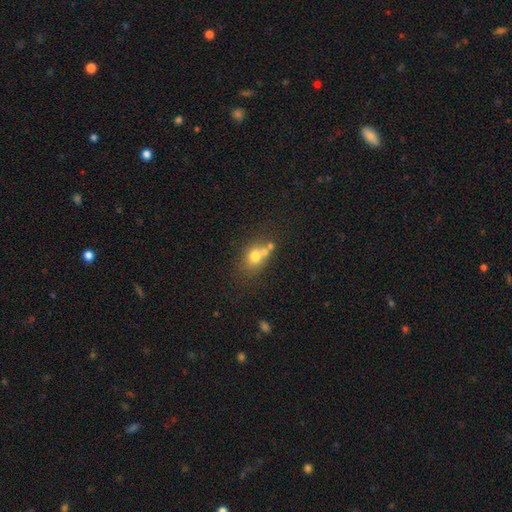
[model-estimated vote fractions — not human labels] The model was most divided on "merging": none: 42%, merger: 41%, minor disturbance: 12%, major disturbance: 5%. More confident: smooth or featured — smooth (69%); how rounded — round (60%).